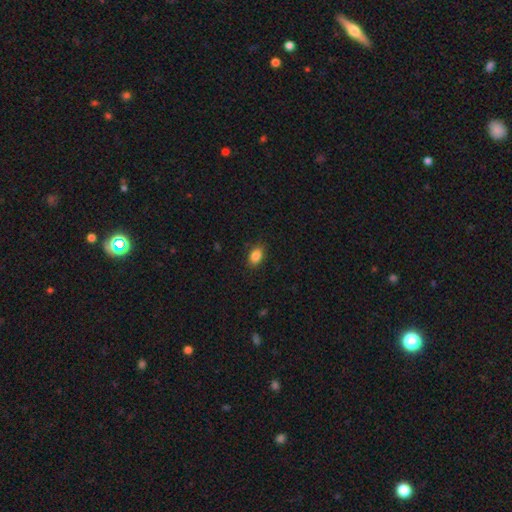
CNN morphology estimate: Smooth or featured: smooth — 86% (star or artifact — 9%)
How rounded: in between — 84% (round — 15%)
Merging: none — 87% (minor disturbance — 10%)